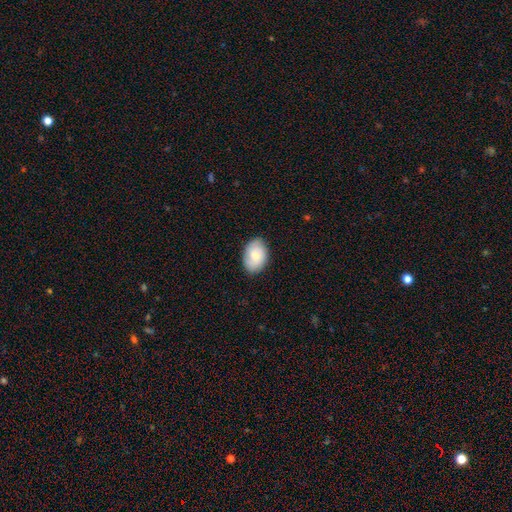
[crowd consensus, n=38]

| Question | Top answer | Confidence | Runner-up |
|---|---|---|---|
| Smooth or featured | smooth | 71% | featured or disk (26%) |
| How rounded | in between | 81% | round (19%) |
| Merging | none | 84% | minor disturbance (14%) |